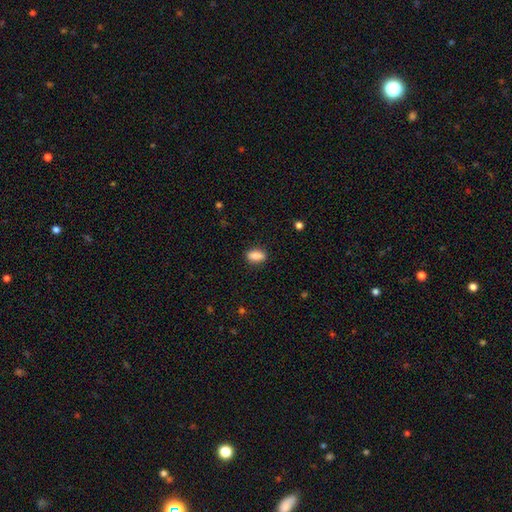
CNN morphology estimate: Overall: smooth (87%). How rounded: in between (82%). Merging: none (86%).